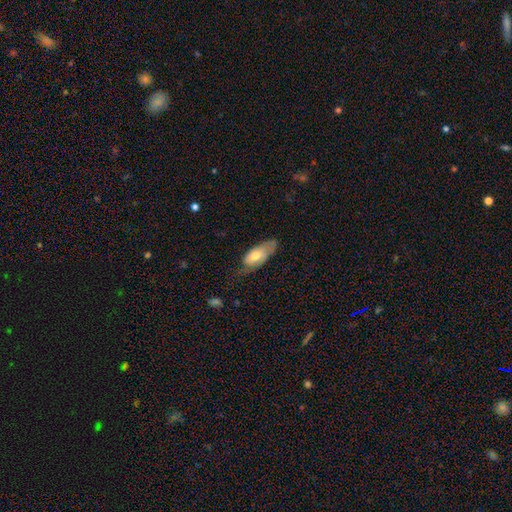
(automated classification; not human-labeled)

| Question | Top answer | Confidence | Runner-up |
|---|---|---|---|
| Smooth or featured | smooth | 60% | featured or disk (34%) |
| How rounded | in between | 84% | cigar-shaped (14%) |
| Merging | none | 46% | minor disturbance (36%) |